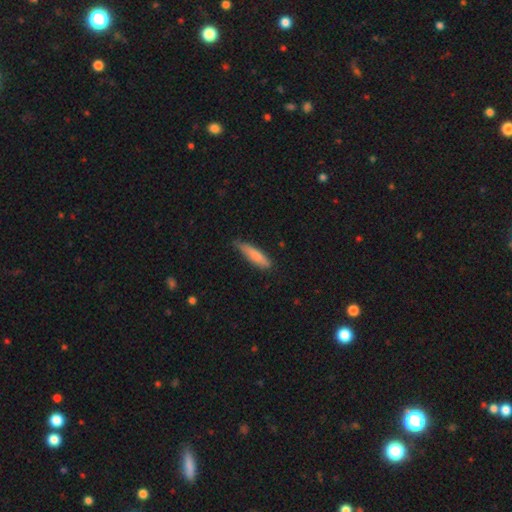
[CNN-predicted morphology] Smooth or featured?
  - smooth: 80% *
  - featured or disk: 14%
  - star or artifact: 6%
How rounded?
  - cigar-shaped: 77% *
  - in between: 21%
  - round: 1%
Merging?
  - none: 68% *
  - minor disturbance: 27%
  - major disturbance: 4%
  - merger: 2%